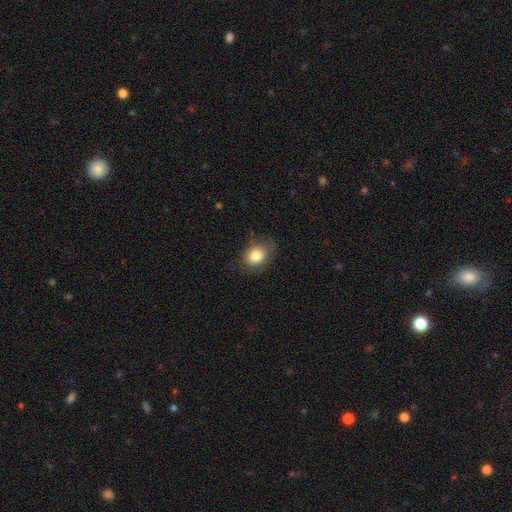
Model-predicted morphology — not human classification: type=smooth (82%); roundness=in between (53%); merging=none (76%).